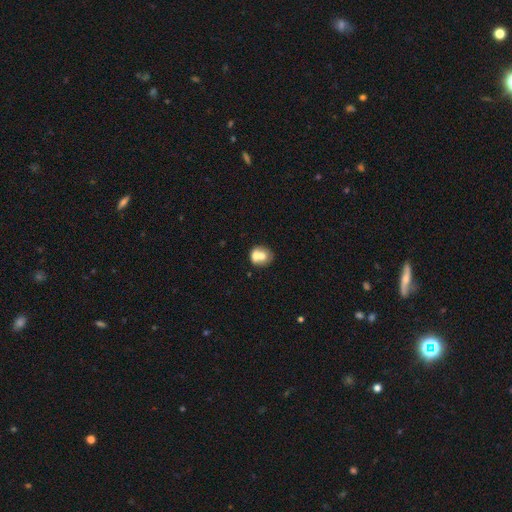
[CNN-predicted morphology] smooth_or_featured: smooth (p=0.64) [alt: featured or disk p=0.28]
how_rounded: round (p=0.69) [alt: in between p=0.30]
merging: merger (p=0.57) [alt: none p=0.31]